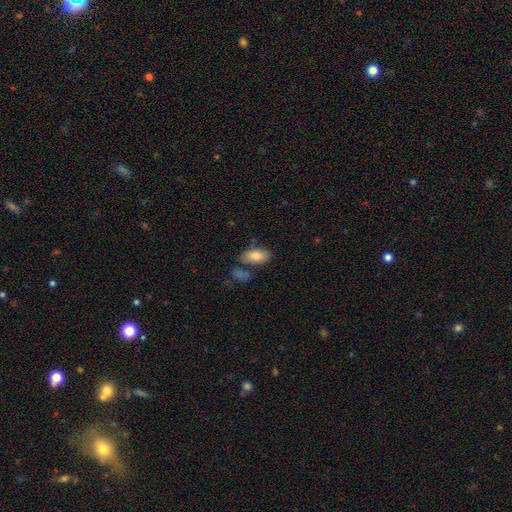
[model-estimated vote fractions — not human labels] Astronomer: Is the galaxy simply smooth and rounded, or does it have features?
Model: smooth — 83%.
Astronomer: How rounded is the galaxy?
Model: in between — 93%.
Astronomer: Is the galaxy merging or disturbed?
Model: none — 64%.